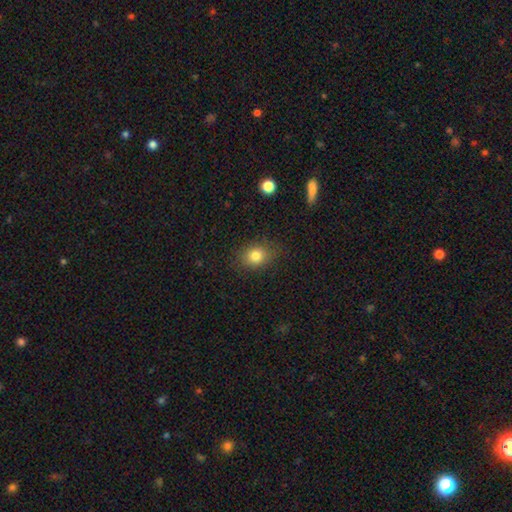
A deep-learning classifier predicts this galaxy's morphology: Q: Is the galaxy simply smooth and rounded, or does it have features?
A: smooth — 81%.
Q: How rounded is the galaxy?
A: in between — 51%.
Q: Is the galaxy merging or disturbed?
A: none — 82%.